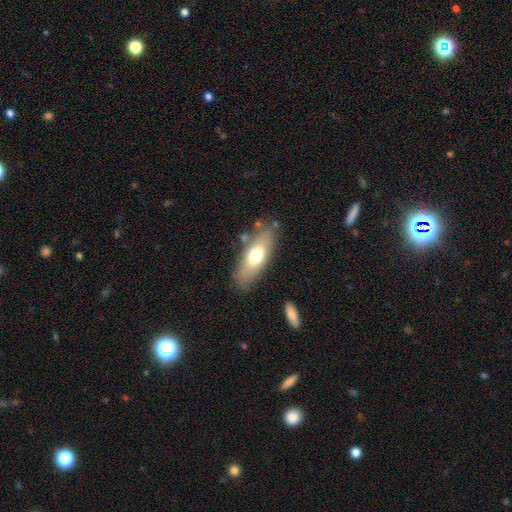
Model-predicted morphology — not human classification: This is likely a smooth galaxy (64%). How rounded: likely in between (65%). Merging: likely none (78%).